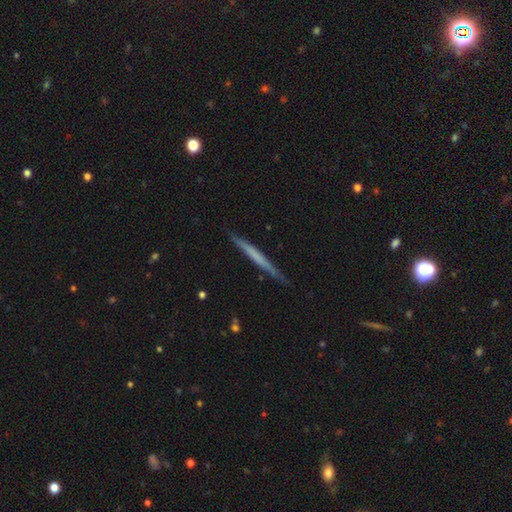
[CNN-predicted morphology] This appears to be a featured or disk galaxy (50%). Merging: none (86%).